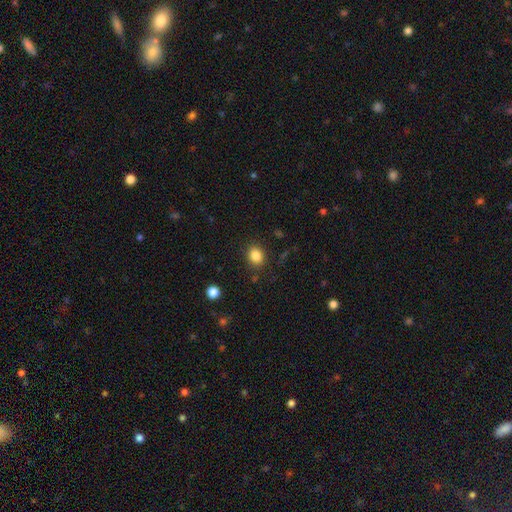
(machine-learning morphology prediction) smooth_or_featured: smooth (p=0.85) [alt: star or artifact p=0.11]
how_rounded: round (p=0.59) [alt: in between p=0.40]
merging: none (p=0.87) [alt: minor disturbance p=0.08]